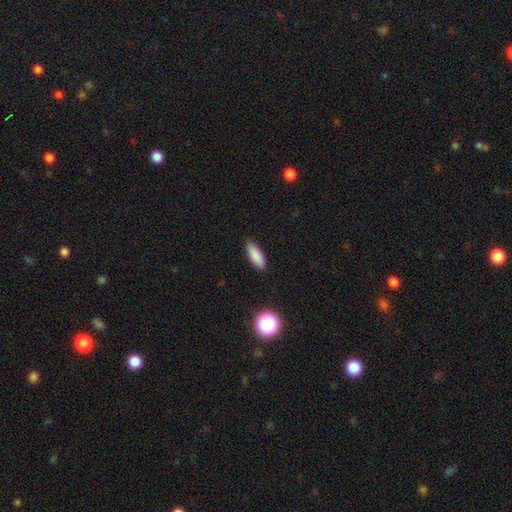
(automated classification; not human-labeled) Smooth or featured: smooth — 86% (star or artifact — 8%)
How rounded: in between — 61% (cigar-shaped — 36%)
Merging: none — 86% (minor disturbance — 10%)